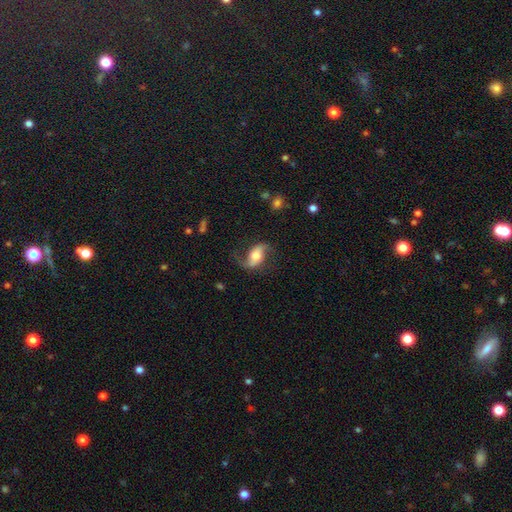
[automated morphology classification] smooth-or-featured: featured or disk: 76% | smooth: 18% | star or artifact: 7%
  disk-edge-on: no: 94% | yes: 6%
    bar: no: 38% | weak: 35% | strong: 27%
    has-spiral-arms: yes: 94% | no: 6%
      spiral-winding: loose: 74% | medium: 21% | tight: 5%
      spiral-arm-count: 2: 90% | 1: 5% | can't tell: 2% | 3: 1% | 4: 1% | more than 4: 1%
    bulge-size: moderate: 53% | large: 22% | small: 18% | dominant: 4% | none: 3%
  merging: none: 69% | minor disturbance: 17% | major disturbance: 12% | merger: 2%